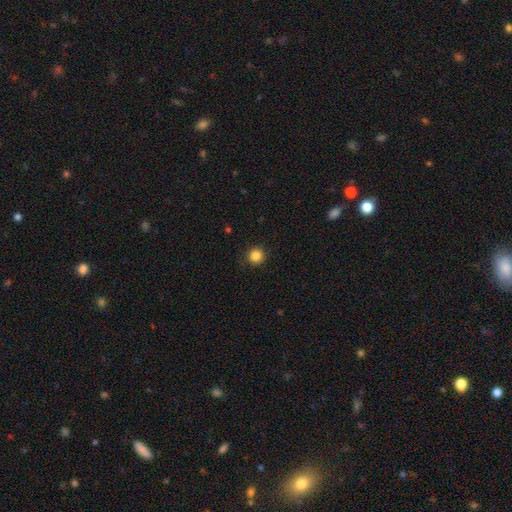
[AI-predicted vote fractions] This appears to be a smooth galaxy with no disk features (86%) that is round (94%). Merging: none (90%).